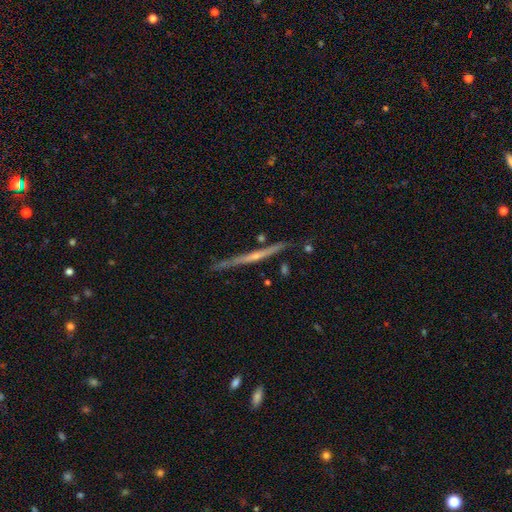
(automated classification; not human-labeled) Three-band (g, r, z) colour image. It shows a featured or disk galaxy (74%) viewed edge-on (98%) with a rounded central bulge (52%). Merging: none (83%).